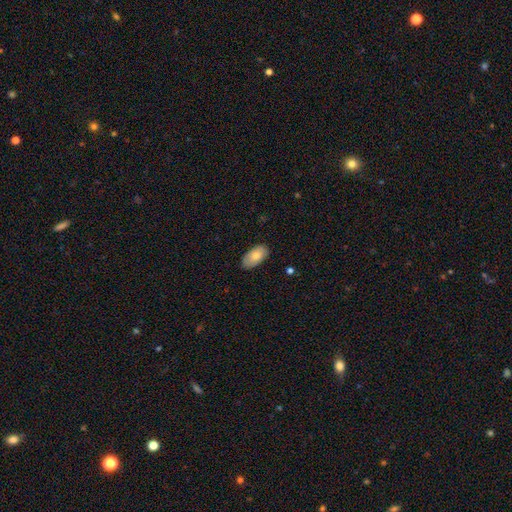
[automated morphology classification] Smooth or featured? smooth (77%)
How rounded? in between (95%)
Merging? none (85%)